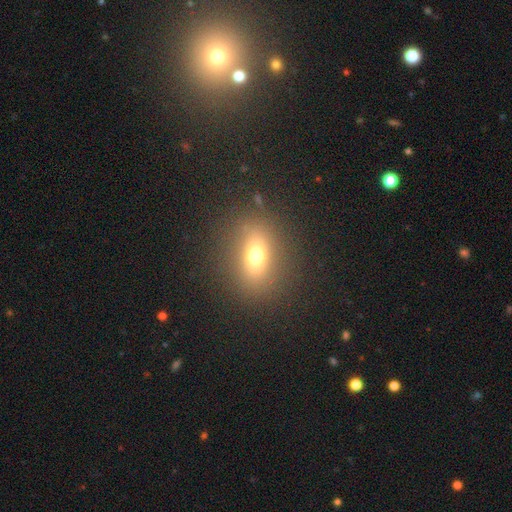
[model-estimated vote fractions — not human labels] Smooth or featured? Predicted: smooth (p=0.66). How rounded? Predicted: in between (p=0.66). Merging? Predicted: none (p=0.85).